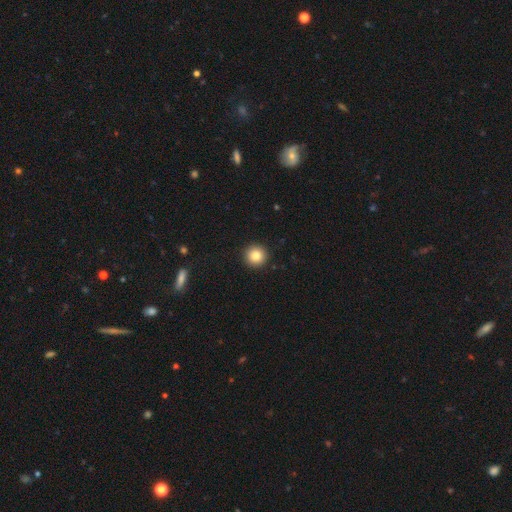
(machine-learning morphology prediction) Smooth or featured?
  - smooth: 82% *
  - star or artifact: 10%
  - featured or disk: 8%
How rounded?
  - round: 95% *
  - in between: 4%
  - cigar-shaped: 1%
Merging?
  - none: 93% *
  - minor disturbance: 4%
  - major disturbance: 2%
  - merger: 1%